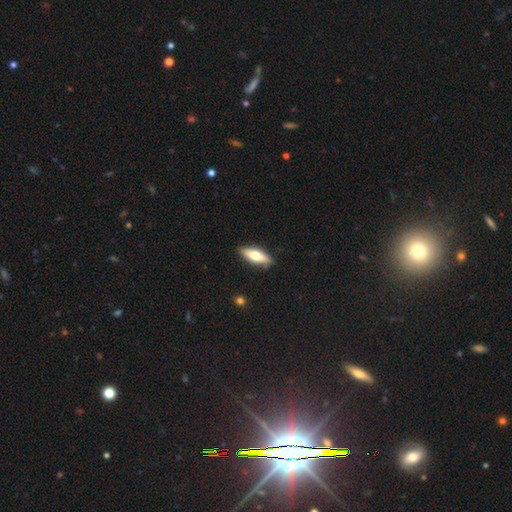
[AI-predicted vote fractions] Overall: smooth (64%; featured or disk 31%). How rounded: in between (62%; cigar-shaped 36%). Merging: none (88%).